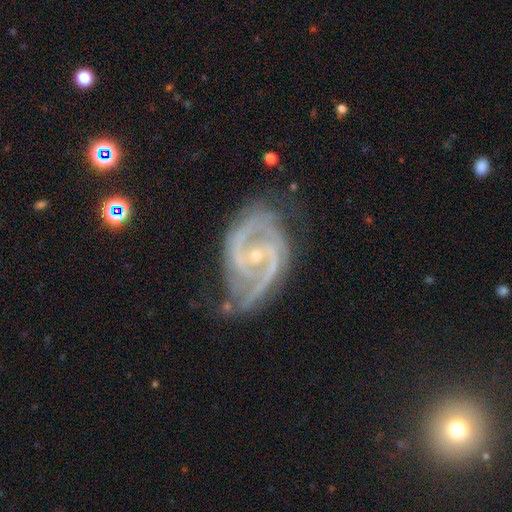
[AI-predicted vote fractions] Smooth or featured? featured or disk (92%)
Edge-on disk? no (97%)
Bar? no (44%)
Spiral arms? yes (98%)
Spiral winding? medium (51%)
Spiral arm count? 2 (79%)
Bulge size? small (76%)
Merging? none (61%)